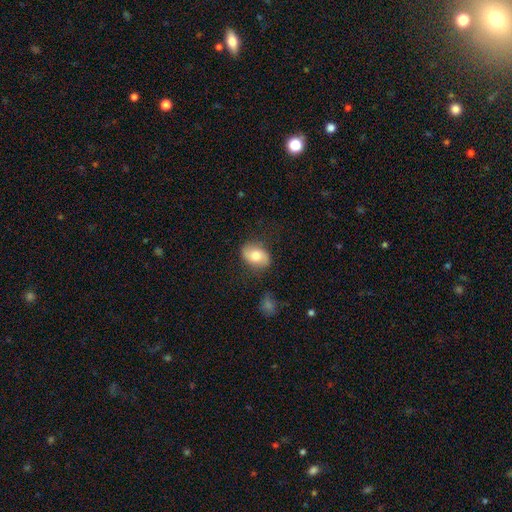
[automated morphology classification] smooth 67%, featured or disk 26%, star or artifact 7%. Down the decision tree: how rounded — in between (79%); merging — none (75%).